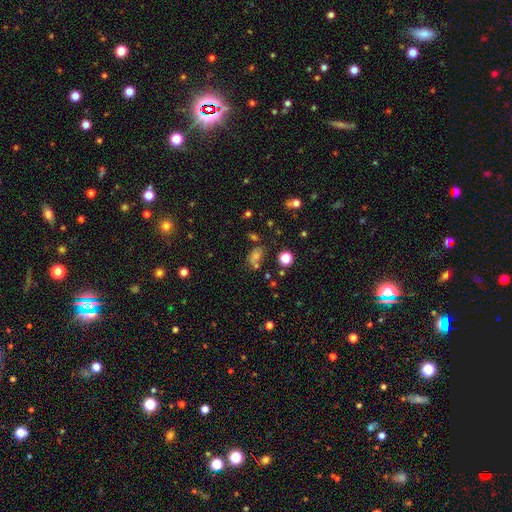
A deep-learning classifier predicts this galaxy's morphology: A smooth galaxy with no disk features (62%) that is in between round and cigar-shaped (72%).

Vote fractions:
- Smooth or featured? smooth: 62% / star or artifact: 24% / featured or disk: 15%
- How rounded? in between: 72% / round: 26% / cigar-shaped: 3%
- Merging? none: 55% / minor disturbance: 19% / merger: 17% / major disturbance: 9%